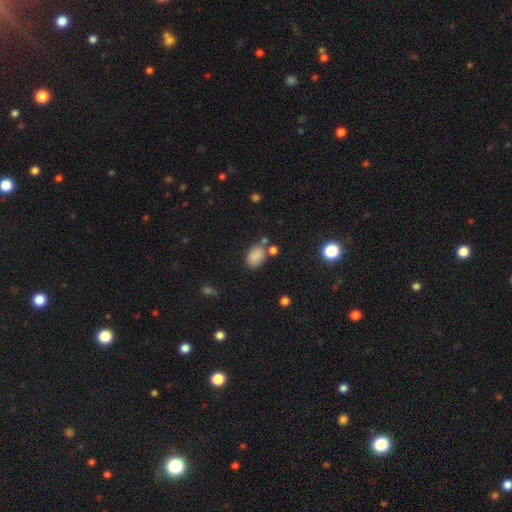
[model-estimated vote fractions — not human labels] The model was most divided on "merging": none: 68%, minor disturbance: 16%, merger: 11%, major disturbance: 5%. More confident: smooth or featured — smooth (84%); how rounded — in between (83%).